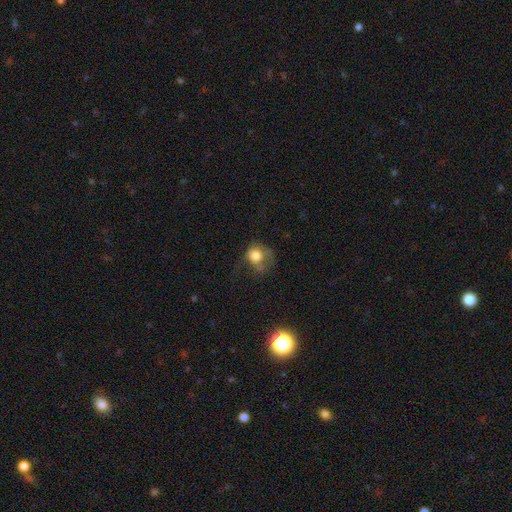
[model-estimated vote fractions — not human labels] Smooth or featured?
  - smooth: 70% *
  - featured or disk: 20%
  - star or artifact: 10%
How rounded?
  - round: 68% *
  - in between: 31%
  - cigar-shaped: 1%
Merging?
  - major disturbance: 43% *
  - none: 28%
  - minor disturbance: 25%
  - merger: 4%